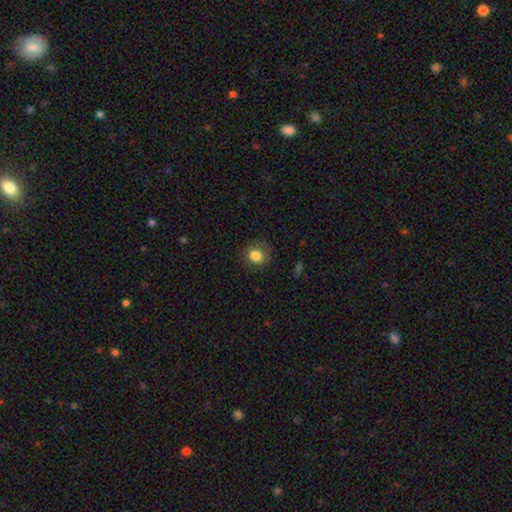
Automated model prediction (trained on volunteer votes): Overall: smooth (82%). How rounded: round (72%). Merging: none (81%).